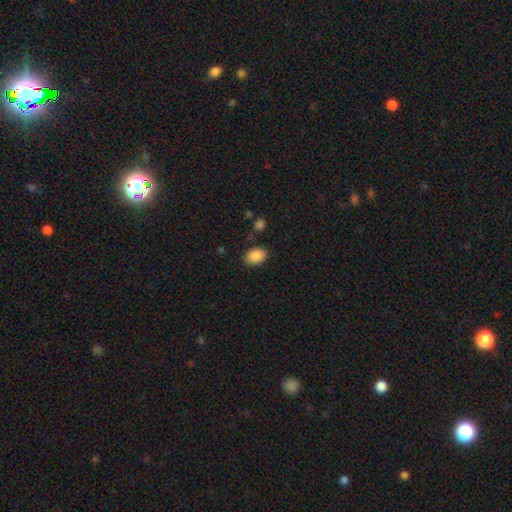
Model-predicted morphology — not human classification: smooth-or-featured: smooth: 88% | star or artifact: 8% | featured or disk: 4%
  how-rounded: in between: 77% | round: 22% | cigar-shaped: 1%
  merging: none: 83% | minor disturbance: 11% | major disturbance: 3% | merger: 3%